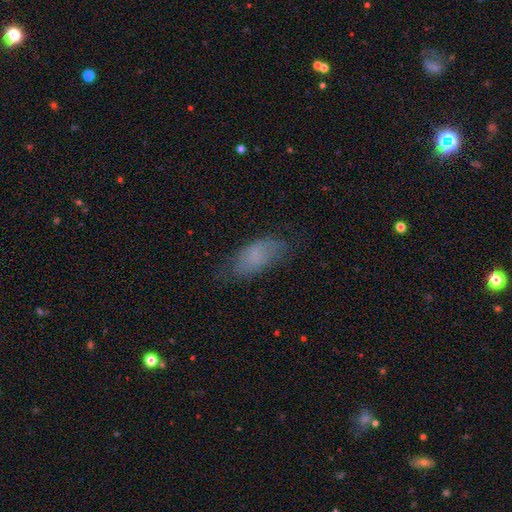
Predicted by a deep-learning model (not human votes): smooth 72%, featured or disk 18%, star or artifact 10%. Down the decision tree: how rounded — in between (84%); merging — none (64%).